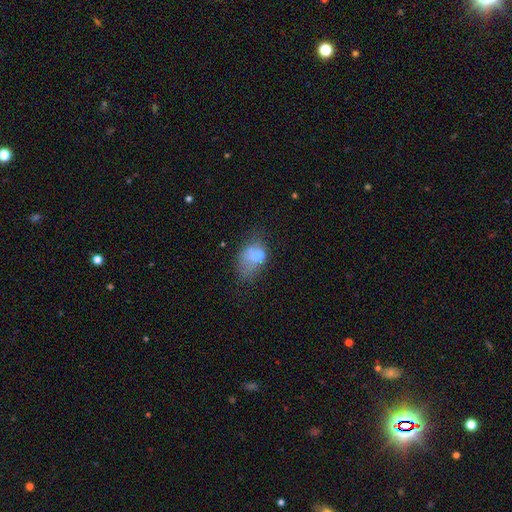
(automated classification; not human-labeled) Smooth or featured?
  - smooth: 63% *
  - featured or disk: 25%
  - star or artifact: 12%
How rounded?
  - in between: 71% *
  - round: 28%
  - cigar-shaped: 1%
Merging?
  - major disturbance: 33% *
  - minor disturbance: 25%
  - none: 23%
  - merger: 19%